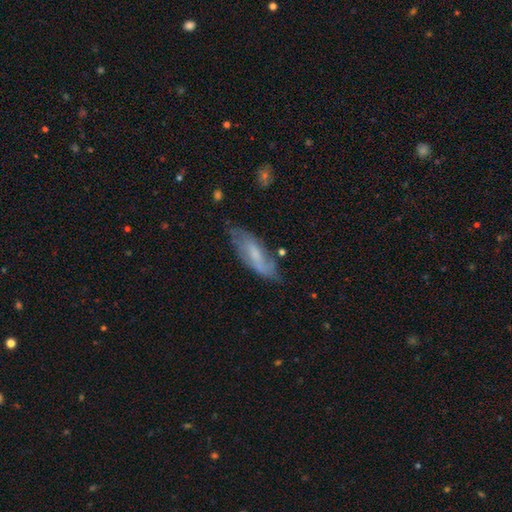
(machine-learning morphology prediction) A featured or disk galaxy (47%).

Vote fractions:
- Smooth or featured? featured or disk: 47% / smooth: 45% / star or artifact: 7%
- Merging? none: 63% / minor disturbance: 27% / major disturbance: 7% / merger: 3%